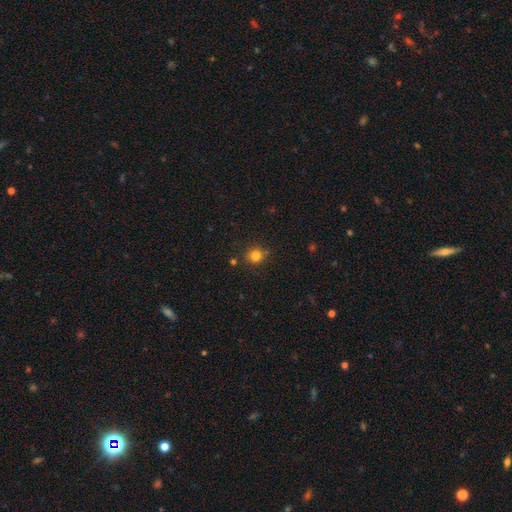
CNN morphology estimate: This appears to be a smooth galaxy with no disk features (81%) that is round (87%). Merging: none (80%).